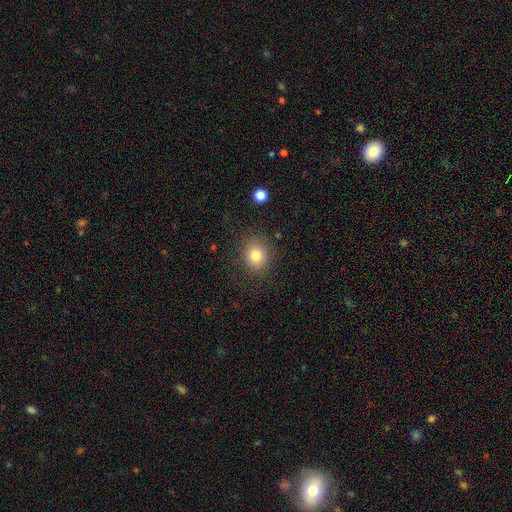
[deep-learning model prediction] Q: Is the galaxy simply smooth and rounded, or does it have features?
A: smooth — 81%.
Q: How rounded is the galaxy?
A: round — 70%.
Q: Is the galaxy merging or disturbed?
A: none — 83%.